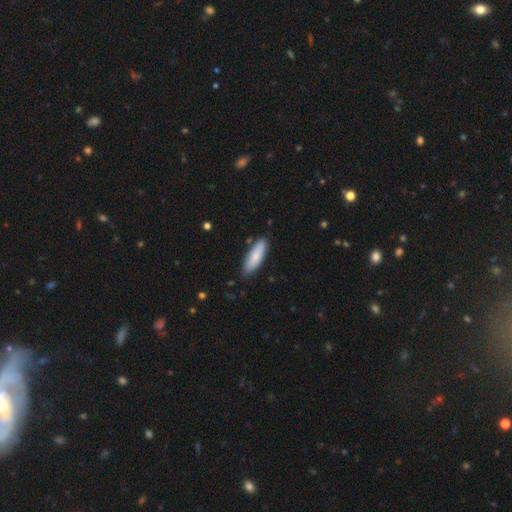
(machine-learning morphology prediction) type=smooth (83%); roundness=in between (55%); merging=none (83%).